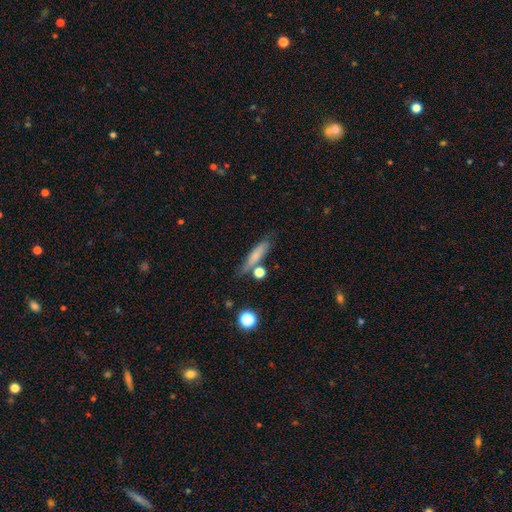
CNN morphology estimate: Smooth or featured? smooth (69%)
How rounded? cigar-shaped (72%)
Merging? none (65%)